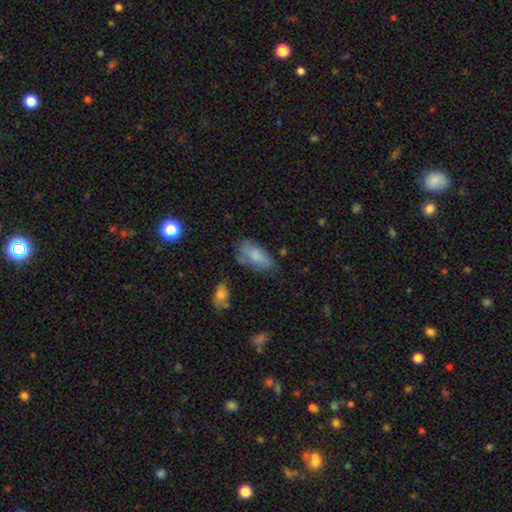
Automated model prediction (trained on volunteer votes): Smooth or featured? smooth (77%)
How rounded? in between (88%)
Merging? none (51%)